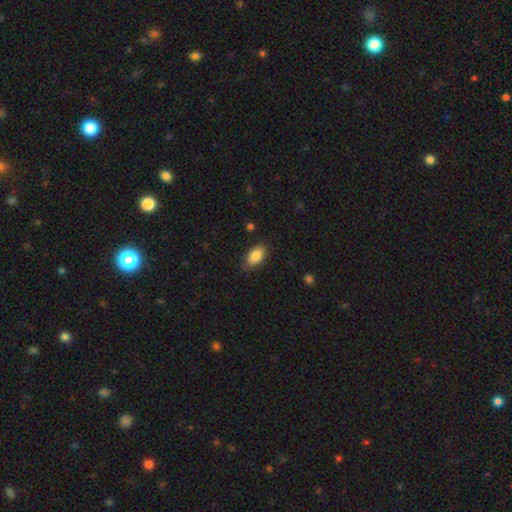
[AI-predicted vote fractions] smooth-or-featured: smooth: 86% | featured or disk: 7% | star or artifact: 7%
  how-rounded: in between: 92% | round: 4% | cigar-shaped: 4%
  merging: none: 78% | minor disturbance: 17% | major disturbance: 3% | merger: 1%